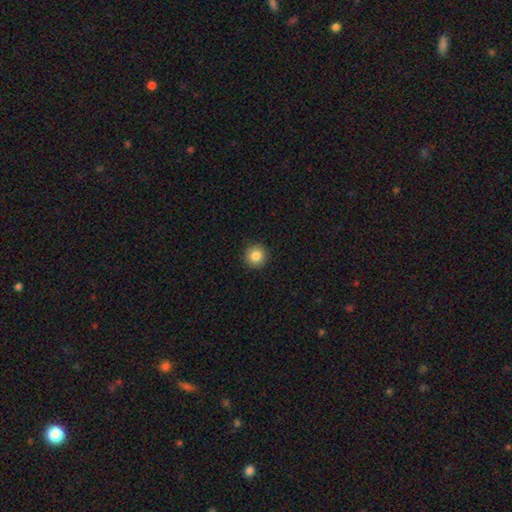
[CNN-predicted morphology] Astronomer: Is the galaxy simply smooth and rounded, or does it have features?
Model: smooth — 85%.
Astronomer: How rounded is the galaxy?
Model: round — 95%.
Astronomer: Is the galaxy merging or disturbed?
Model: none — 93%.